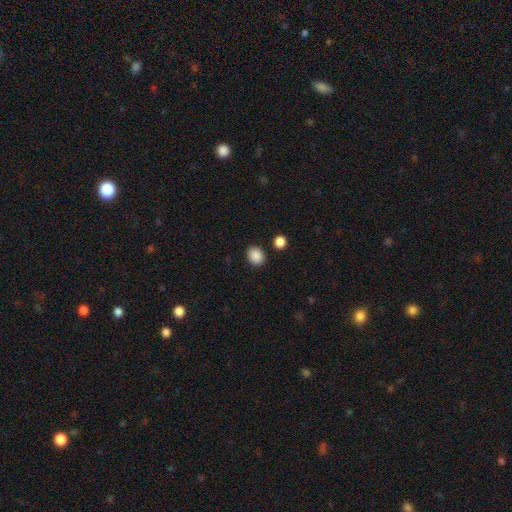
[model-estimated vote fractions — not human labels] smooth_or_featured: smooth (p=0.88) [alt: star or artifact p=0.09]
how_rounded: round (p=0.72) [alt: in between p=0.27]
merging: none (p=0.87) [alt: minor disturbance p=0.07]